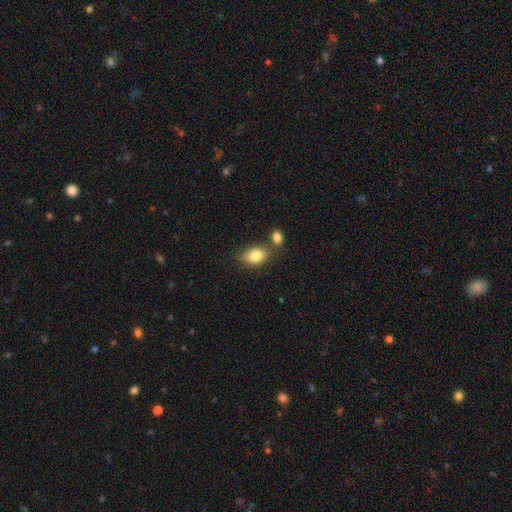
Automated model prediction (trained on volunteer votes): This appears to be a smooth galaxy with no disk features (84%) that is in between round and cigar-shaped (81%). Merging: none (61%).